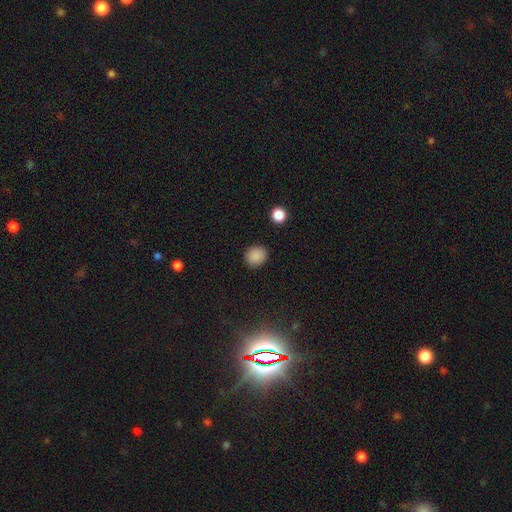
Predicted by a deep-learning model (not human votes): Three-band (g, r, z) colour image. It shows a smooth galaxy with no disk features (87%) that is round (73%). Merging: none (89%).